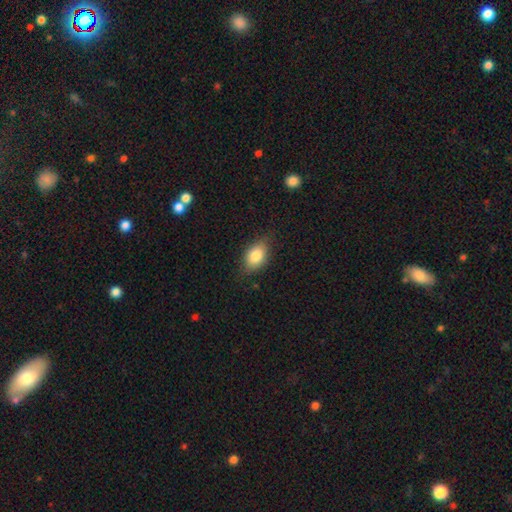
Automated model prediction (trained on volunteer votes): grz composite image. It shows a smooth galaxy with no disk features (83%) that is in between round and cigar-shaped (86%). Merging: none (78%).